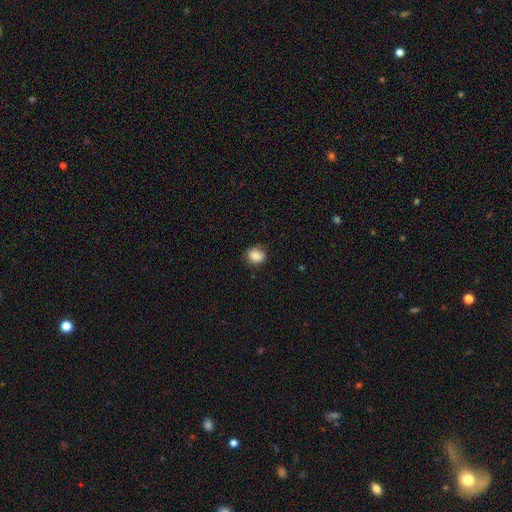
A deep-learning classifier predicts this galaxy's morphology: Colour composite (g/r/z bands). It shows a smooth galaxy with no disk features (84%) that is round (65%). Merging: none (80%).